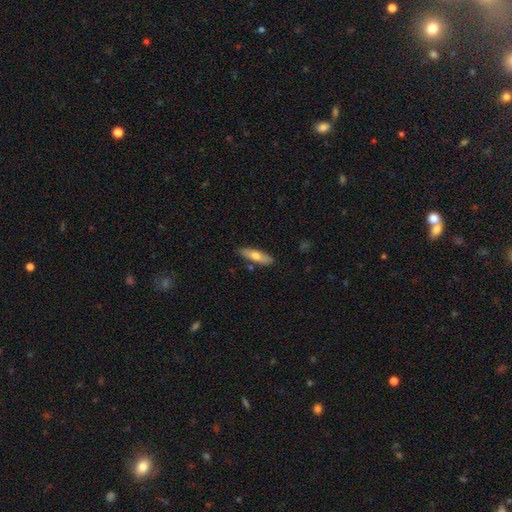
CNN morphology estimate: smooth-or-featured: smooth: 64% | featured or disk: 30% | star or artifact: 6%
  how-rounded: cigar-shaped: 66% | in between: 32% | round: 2%
  merging: none: 84% | minor disturbance: 11% | merger: 3% | major disturbance: 2%